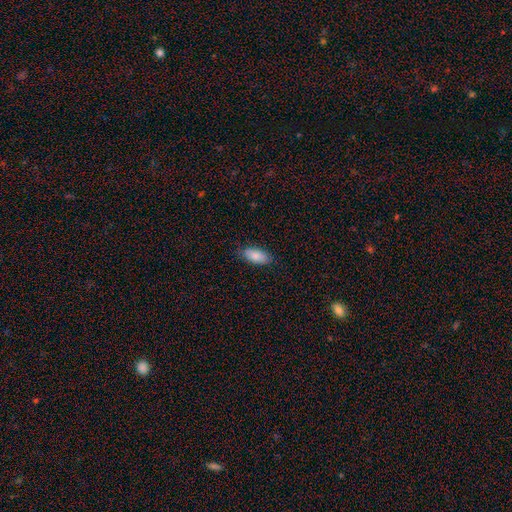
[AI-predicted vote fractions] Smooth or featured? smooth (85%)
How rounded? in between (89%)
Merging? none (84%)